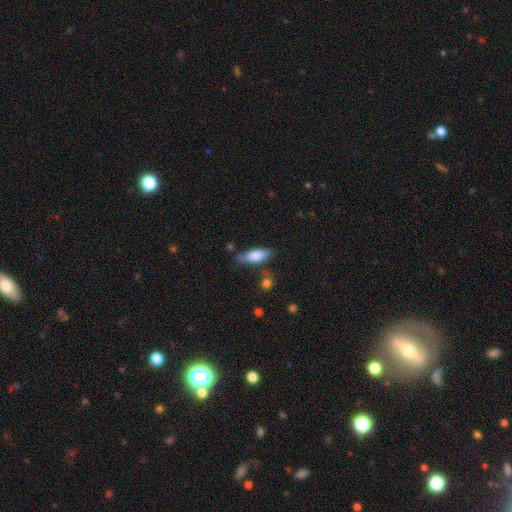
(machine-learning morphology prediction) smooth 79%, featured or disk 14%, star or artifact 7%. Down the decision tree: how rounded — in between (71%); merging — none (67%).